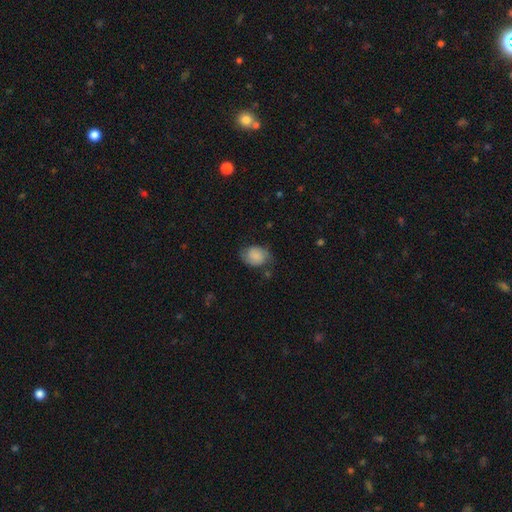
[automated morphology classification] type=smooth (73%); roundness=in between (57%); merging=none (61%).